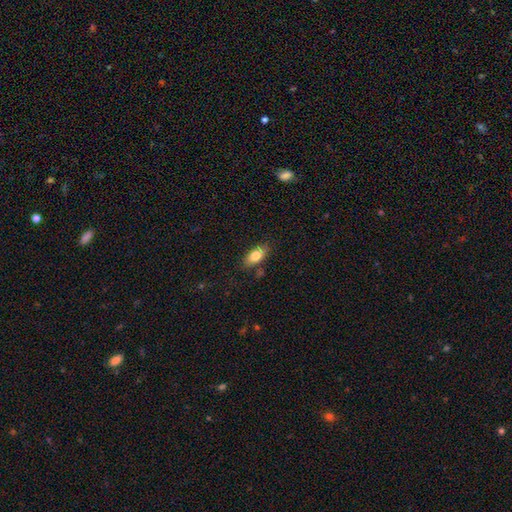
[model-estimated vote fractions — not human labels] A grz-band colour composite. It shows a smooth galaxy with no disk features (80%) that is in between round and cigar-shaped (88%). Merging: none (79%).